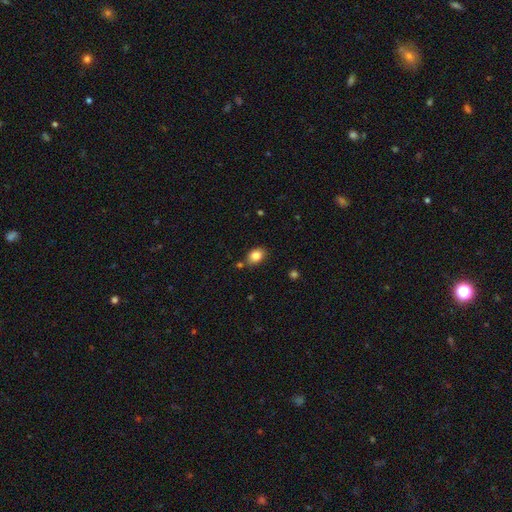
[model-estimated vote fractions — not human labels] Morphology: type=smooth (83%); roundness=in between (74%); merging=none (76%).